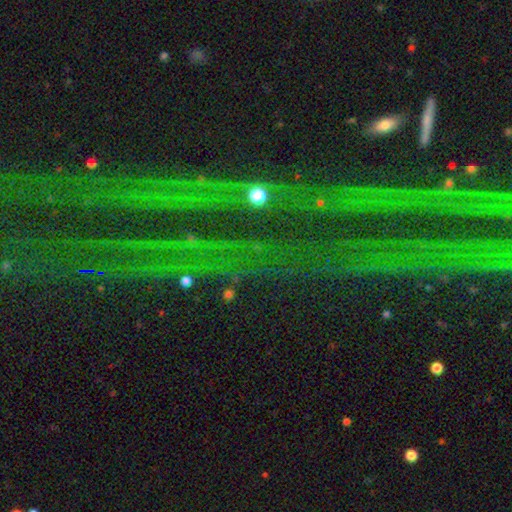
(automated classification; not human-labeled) Q: Smooth or featured?
A: star or artifact (80%); runner-up: featured or disk (11%)